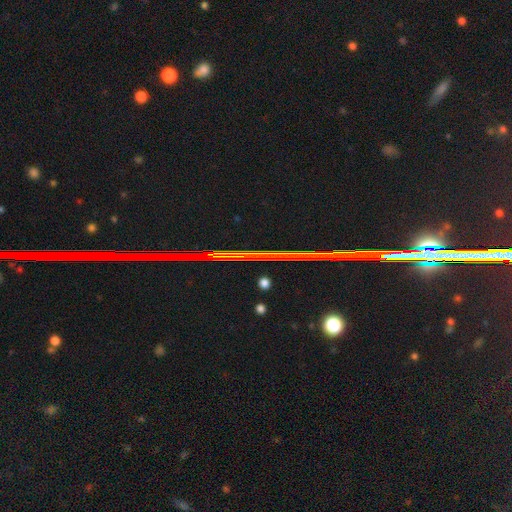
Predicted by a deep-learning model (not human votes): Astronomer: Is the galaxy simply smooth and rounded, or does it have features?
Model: star or artifact — 86%.